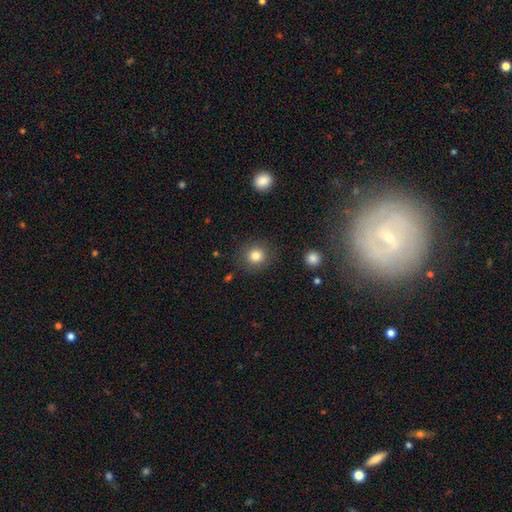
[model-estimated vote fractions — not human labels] Q: Smooth or featured?
A: smooth (83%); runner-up: star or artifact (11%)
Q: How rounded?
A: round (91%); runner-up: in between (8%)
Q: Merging?
A: none (87%); runner-up: minor disturbance (8%)